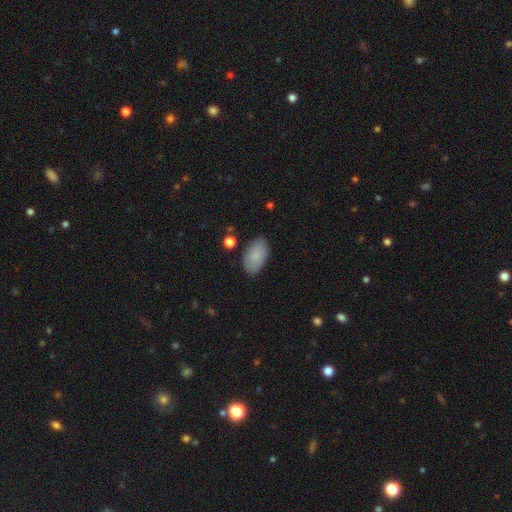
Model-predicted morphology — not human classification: This is clearly a smooth galaxy (86%). How rounded: clearly in between (94%). Merging: clearly none (84%).